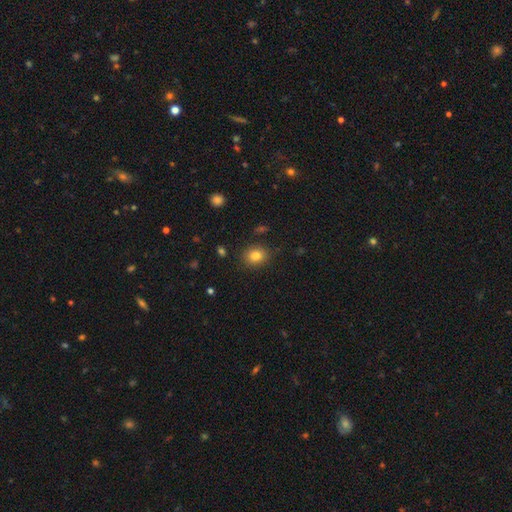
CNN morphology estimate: Overall: smooth (83%). How rounded: round (59%; in between 40%). Merging: none (84%).